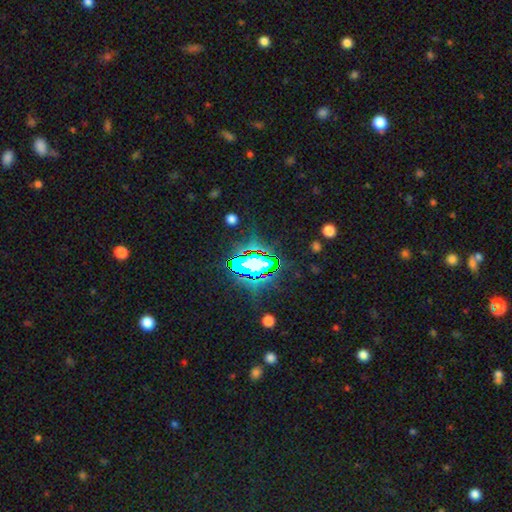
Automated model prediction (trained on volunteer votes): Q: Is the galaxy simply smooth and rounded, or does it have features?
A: star or artifact — 80%.